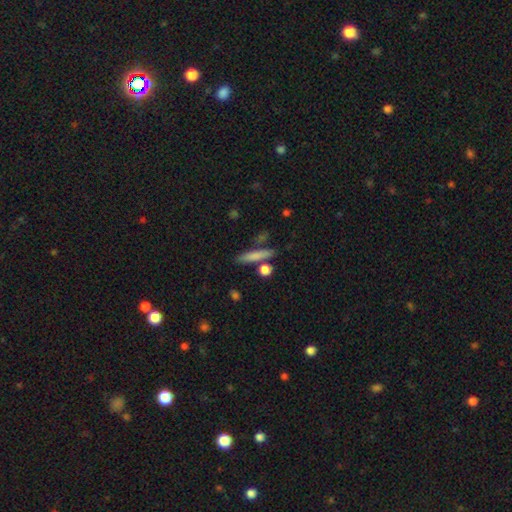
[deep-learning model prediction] A smooth galaxy with no disk features (76%) that is cigar-shaped (82%).

Vote fractions:
- Smooth or featured? smooth: 76% / featured or disk: 16% / star or artifact: 8%
- How rounded? cigar-shaped: 82% / in between: 13% / round: 5%
- Merging? none: 77% / minor disturbance: 11% / merger: 9% / major disturbance: 3%